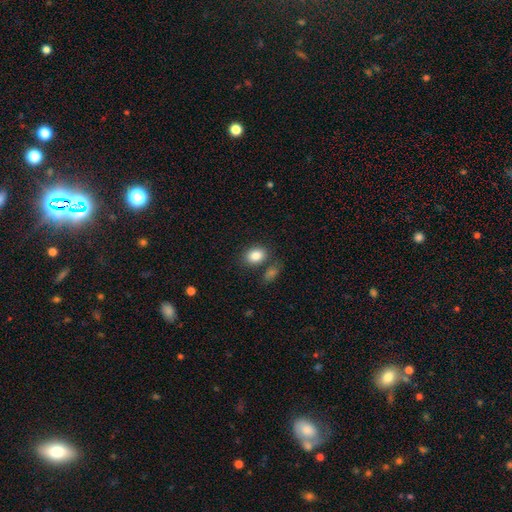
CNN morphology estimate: smooth-or-featured: smooth: 85% | star or artifact: 9% | featured or disk: 6%
  how-rounded: in between: 63% | round: 36% | cigar-shaped: 1%
  merging: none: 72% | minor disturbance: 12% | merger: 11% | major disturbance: 4%